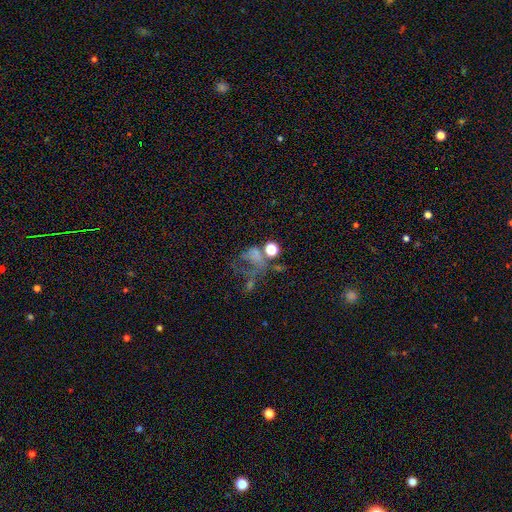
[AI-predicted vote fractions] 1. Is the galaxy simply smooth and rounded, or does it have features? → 44% smooth, 30% featured or disk, 26% star or artifact.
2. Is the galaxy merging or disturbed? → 45% major disturbance, 23% none, 20% merger, 12% minor disturbance.